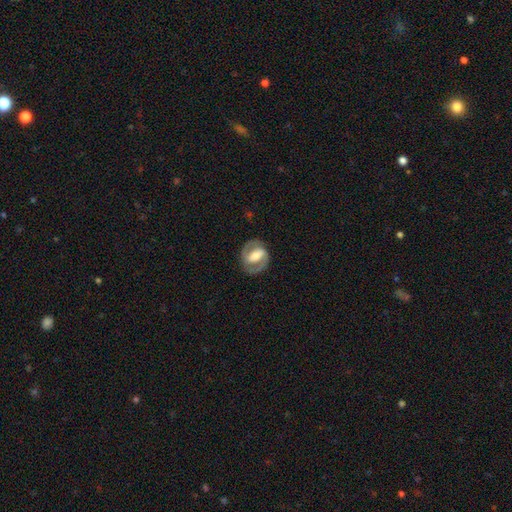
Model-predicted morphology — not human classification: Smooth or featured? featured or disk (81%)
Edge-on disk? no (97%)
Bar? strong (55%)
Spiral arms? yes (86%)
Spiral winding? medium (49%)
Spiral arm count? 2 (90%)
Bulge size? moderate (54%)
Merging? none (84%)